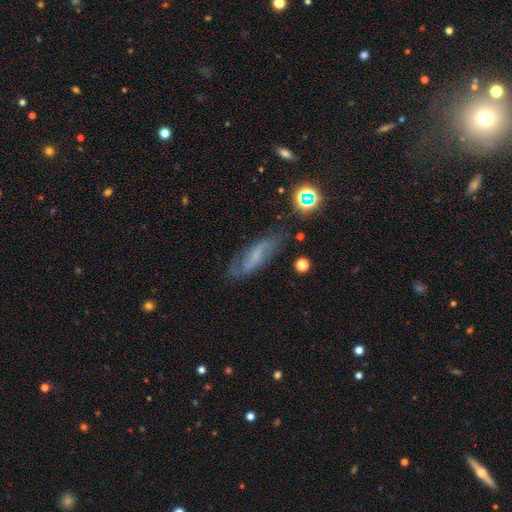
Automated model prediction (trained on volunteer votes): This appears to be a featured or disk galaxy (65%) with a weak bar (45%), spiral arms (87%) and a small central bulge (45%). Merging: none (68%).